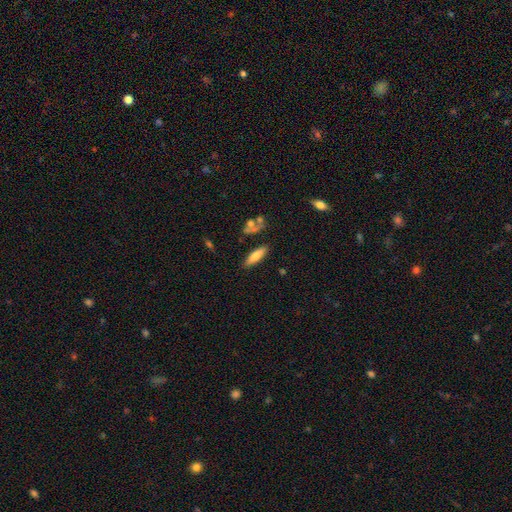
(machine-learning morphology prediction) A smooth galaxy with no disk features (74%) that is cigar-shaped (59%).

Vote fractions:
- Smooth or featured? smooth: 74% / featured or disk: 19% / star or artifact: 7%
- How rounded? cigar-shaped: 59% / in between: 39% / round: 2%
- Merging? none: 79% / minor disturbance: 12% / merger: 5% / major disturbance: 4%